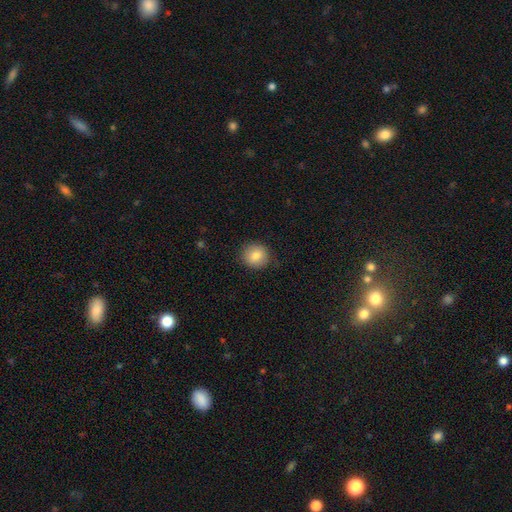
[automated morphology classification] smooth 83%, star or artifact 9%, featured or disk 8%. Down the decision tree: how rounded — round (88%); merging — none (86%).